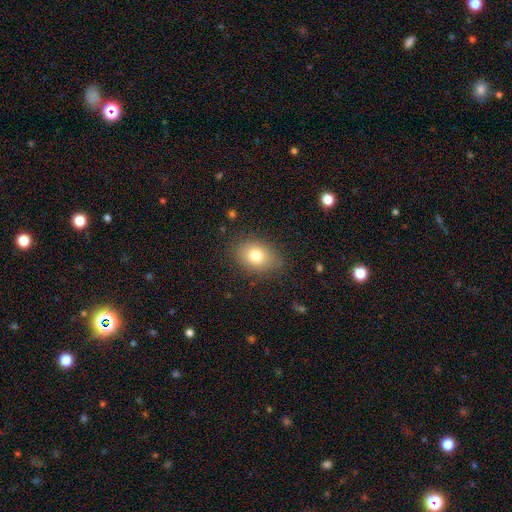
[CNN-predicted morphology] Overall: smooth (78%). How rounded: in between (70%). Merging: none (82%).